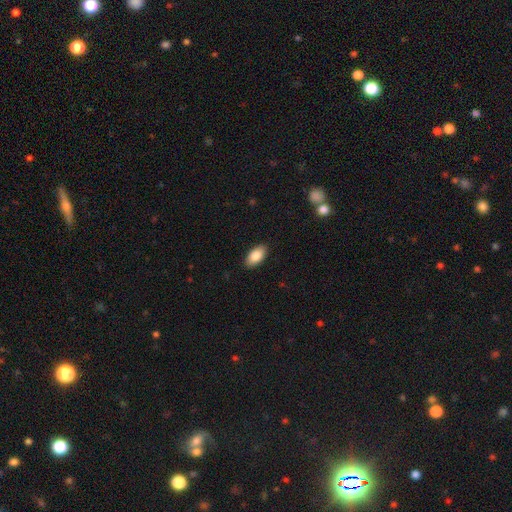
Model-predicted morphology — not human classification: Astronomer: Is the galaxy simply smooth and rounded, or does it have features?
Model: smooth — 87%.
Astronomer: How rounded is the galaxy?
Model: in between — 94%.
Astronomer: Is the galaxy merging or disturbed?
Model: none — 89%.